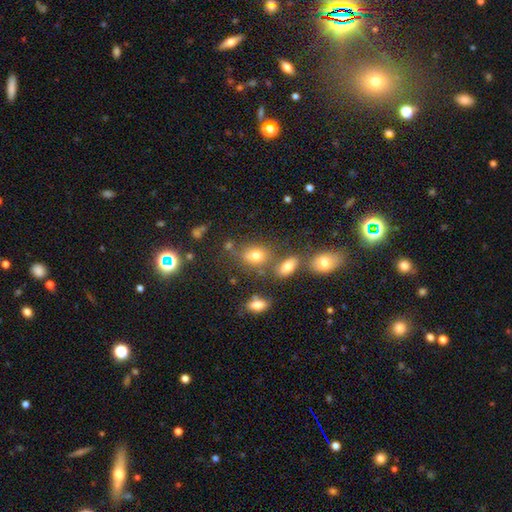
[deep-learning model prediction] Morphology: type=smooth (74%); roundness=in between (57%); merging=none (59%).